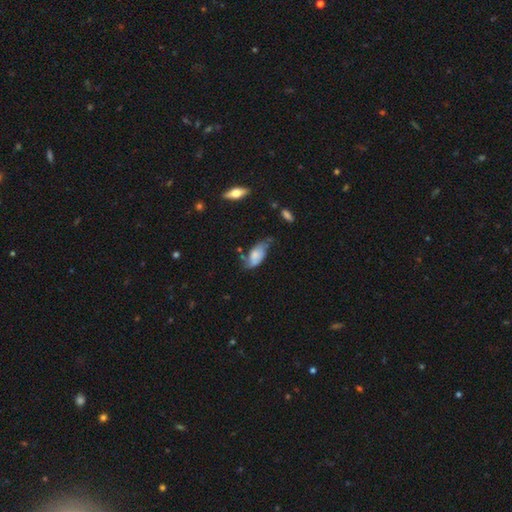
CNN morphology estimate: type=smooth (61%); roundness=in between (91%); merging=minor disturbance (40%).